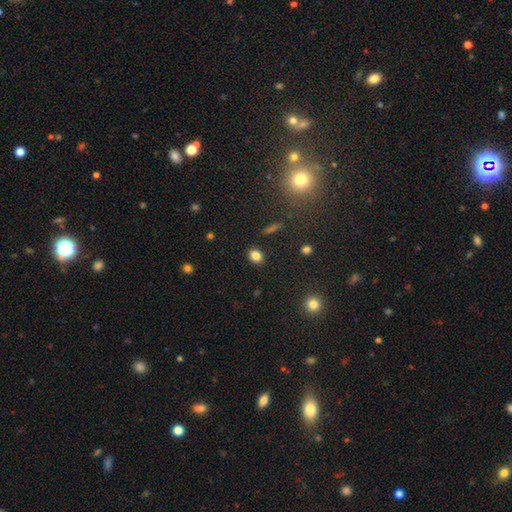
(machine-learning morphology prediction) The model was most divided on "how rounded": in between: 59%, round: 39%, cigar-shaped: 2%. More confident: merging — none (87%); smooth or featured — smooth (82%).